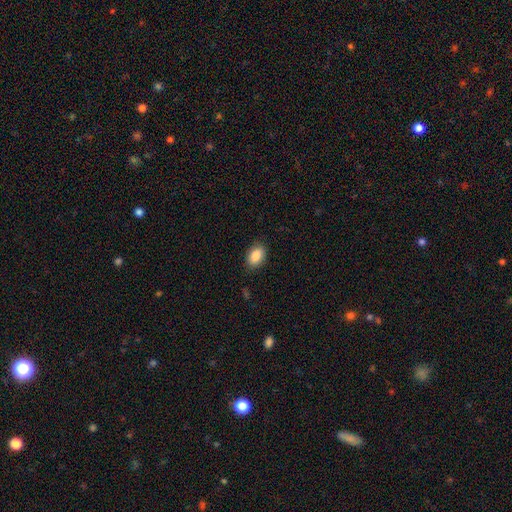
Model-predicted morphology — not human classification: Overall: smooth (87%). How rounded: in between (87%). Merging: none (86%).